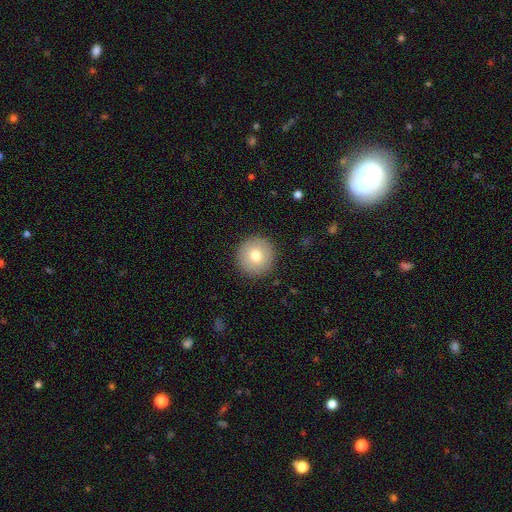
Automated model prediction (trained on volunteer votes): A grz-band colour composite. It shows a smooth galaxy with no disk features (77%) that is round (96%). Merging: none (91%).